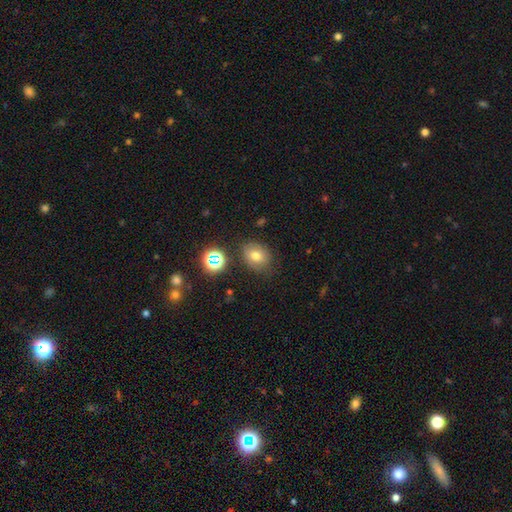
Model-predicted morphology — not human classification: Smooth or featured?
  - smooth: 69% *
  - star or artifact: 17%
  - featured or disk: 14%
How rounded?
  - in between: 51% *
  - round: 49%
  - cigar-shaped: 1%
Merging?
  - none: 74% *
  - minor disturbance: 17%
  - major disturbance: 5%
  - merger: 4%